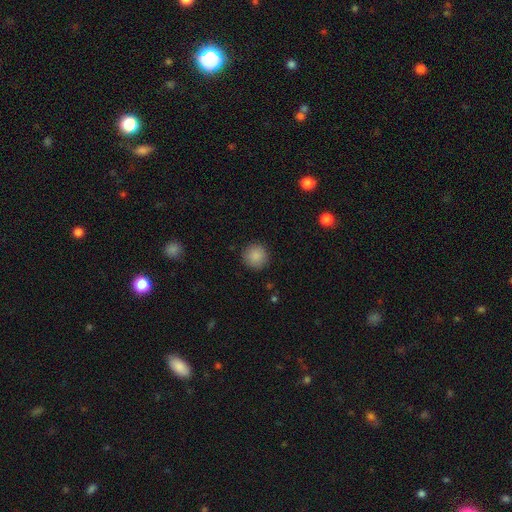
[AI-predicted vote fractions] Smooth or featured: smooth — 87% (star or artifact — 9%)
How rounded: round — 95% (in between — 4%)
Merging: none — 91% (minor disturbance — 6%)